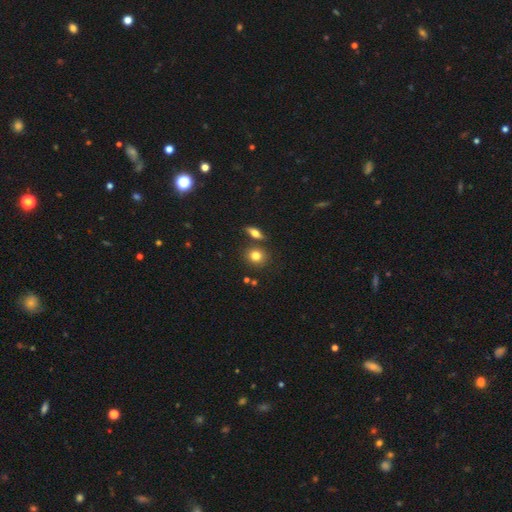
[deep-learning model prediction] Smooth or featured? smooth (79%)
How rounded? round (74%)
Merging? none (74%)